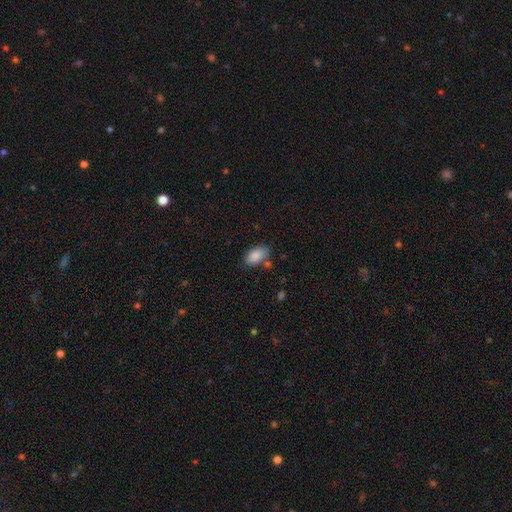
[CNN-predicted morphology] Q: Smooth or featured?
A: smooth (88%); runner-up: star or artifact (7%)
Q: How rounded?
A: in between (93%); runner-up: round (4%)
Q: Merging?
A: none (73%); runner-up: minor disturbance (16%)